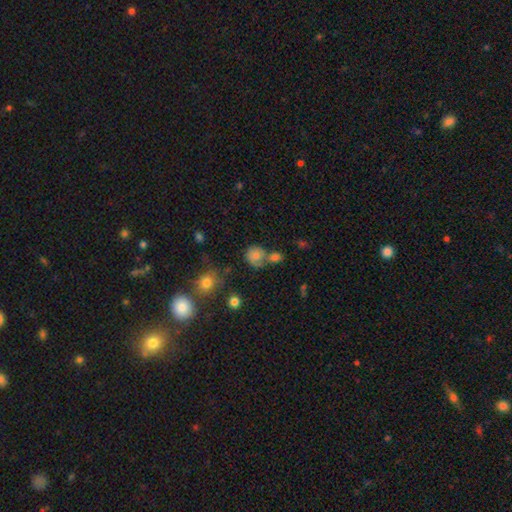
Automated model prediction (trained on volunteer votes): smooth-or-featured: smooth: 71% | featured or disk: 16% | star or artifact: 12%
  how-rounded: round: 73% | in between: 25% | cigar-shaped: 1%
  merging: none: 38% | merger: 35% | minor disturbance: 16% | major disturbance: 11%